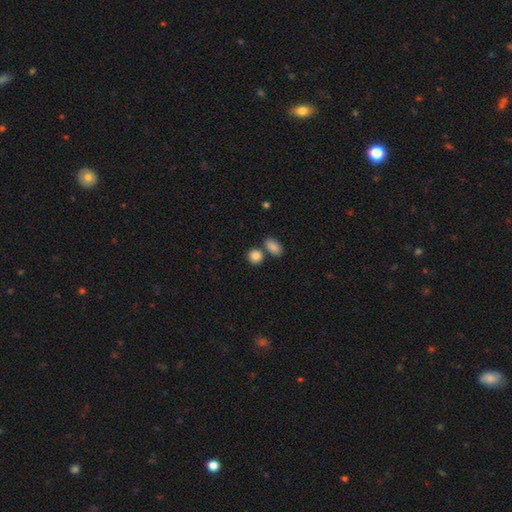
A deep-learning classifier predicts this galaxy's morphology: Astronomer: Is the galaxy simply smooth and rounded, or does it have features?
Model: smooth — 87%.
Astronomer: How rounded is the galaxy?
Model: round — 67%.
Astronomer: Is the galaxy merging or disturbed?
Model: none — 64%.